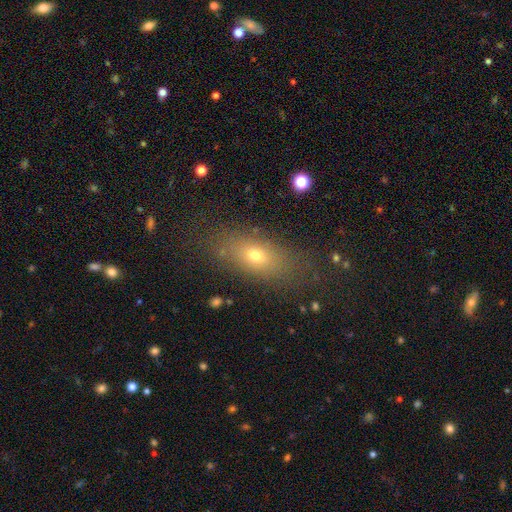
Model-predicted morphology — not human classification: A smooth galaxy with no disk features (68%) that is in between round and cigar-shaped (71%). Merging: none (79%).